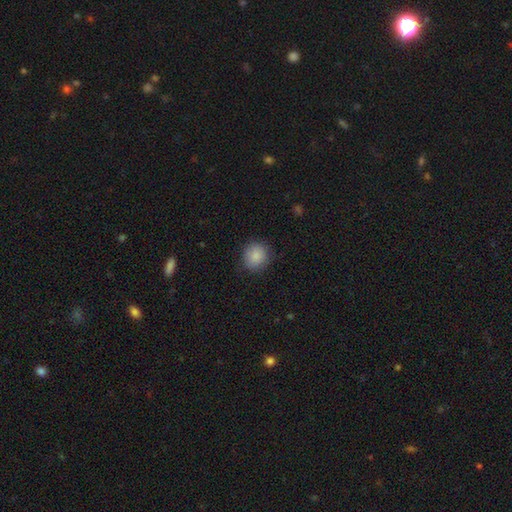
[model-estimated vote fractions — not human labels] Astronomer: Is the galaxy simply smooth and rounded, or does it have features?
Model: smooth — 88%.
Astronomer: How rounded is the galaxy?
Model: round — 89%.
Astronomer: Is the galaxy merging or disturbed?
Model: none — 85%.